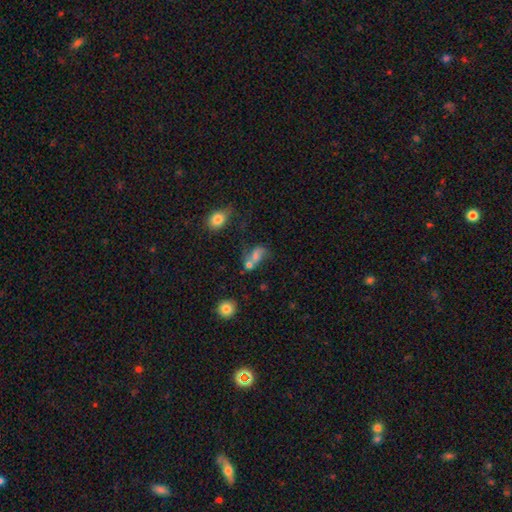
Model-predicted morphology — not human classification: This is possibly a smooth galaxy (49%). Merging: marginally merger (44%).